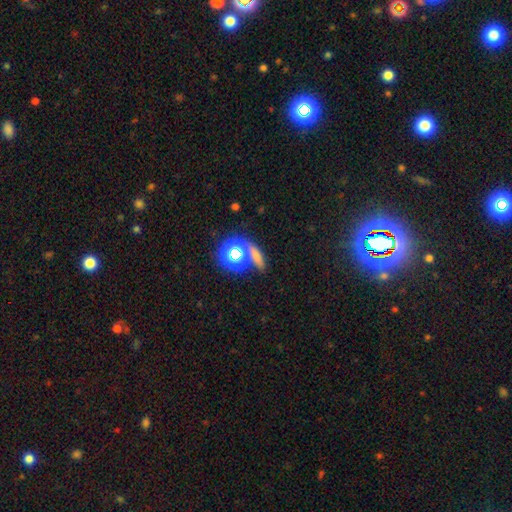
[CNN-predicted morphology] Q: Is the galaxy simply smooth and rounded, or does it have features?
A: smooth — 57%.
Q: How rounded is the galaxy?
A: cigar-shaped — 40%.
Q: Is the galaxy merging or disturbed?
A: none — 64%.